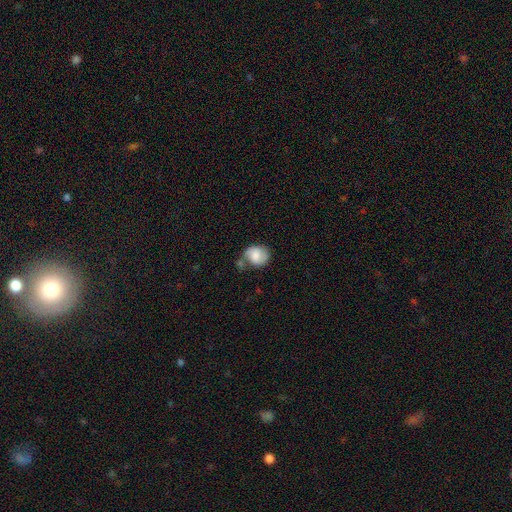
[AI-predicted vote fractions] This appears to be a smooth galaxy with no disk features (62%) that is round (66%). Merging: none (45%).